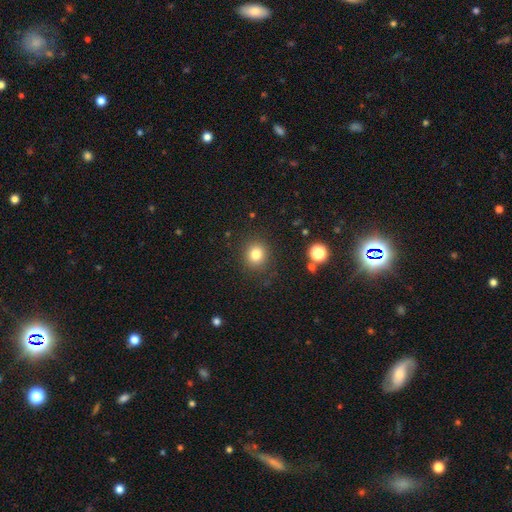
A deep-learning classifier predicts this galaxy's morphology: Smooth or featured: smooth — 75% (star or artifact — 19%)
How rounded: round — 90% (in between — 9%)
Merging: none — 91% (minor disturbance — 6%)